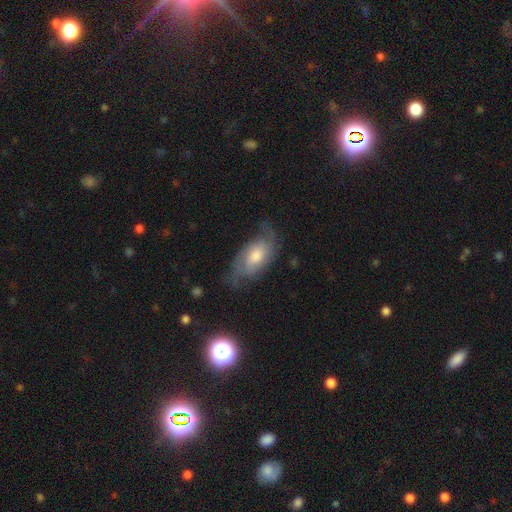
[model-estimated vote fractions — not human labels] This appears to be a featured or disk galaxy (65%) with no bar (68%), 2 (60%) medium (42%) spiral arms (88%) and a moderate central bulge (58%). Merging: none (57%).